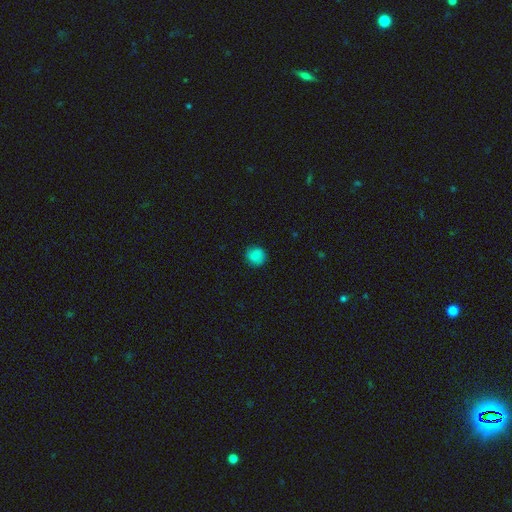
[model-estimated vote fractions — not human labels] Morphology: type=smooth (84%); roundness=round (89%); merging=none (85%).